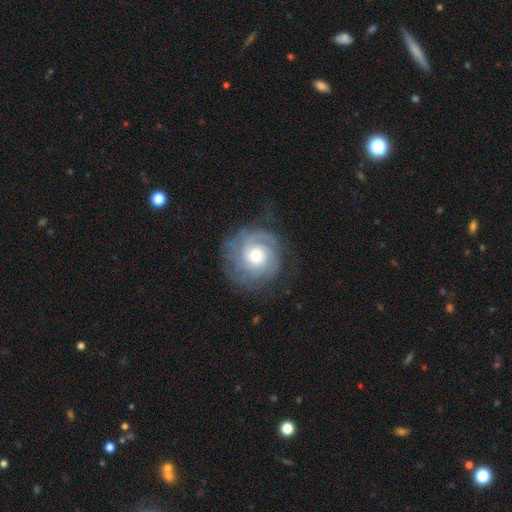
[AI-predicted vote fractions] This is likely a featured or disk galaxy (76%). It is clearly not viewed edge-on (98%). Bar: likely no (78%). Spiral arm pattern: clearly yes (93%). Spiral arm count: marginally can't tell (37%). Spiral winding: likely tight (67%). Central bulge: likely moderate (60%). Merging: likely none (74%).